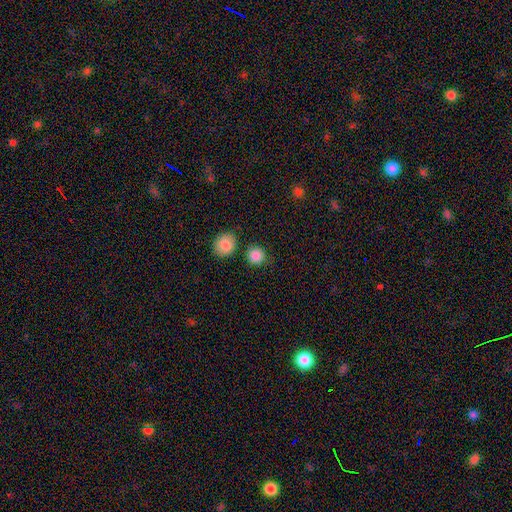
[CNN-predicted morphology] Smooth or featured? smooth (87%)
How rounded? round (91%)
Merging? none (81%)